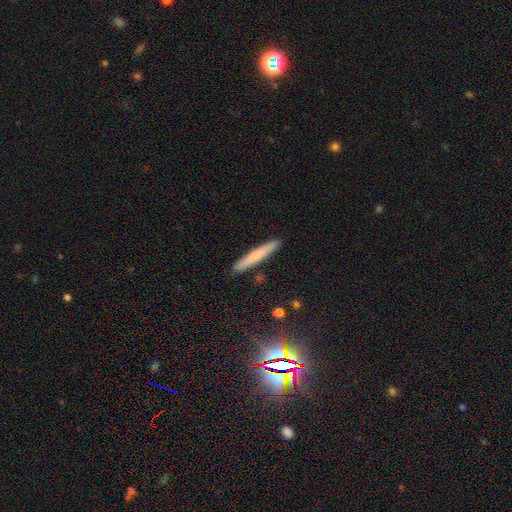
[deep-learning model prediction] smooth-or-featured: smooth: 70% | featured or disk: 23% | star or artifact: 7%
  how-rounded: cigar-shaped: 96% | in between: 3% | round: 1%
  merging: none: 91% | minor disturbance: 7% | merger: 2% | major disturbance: 1%